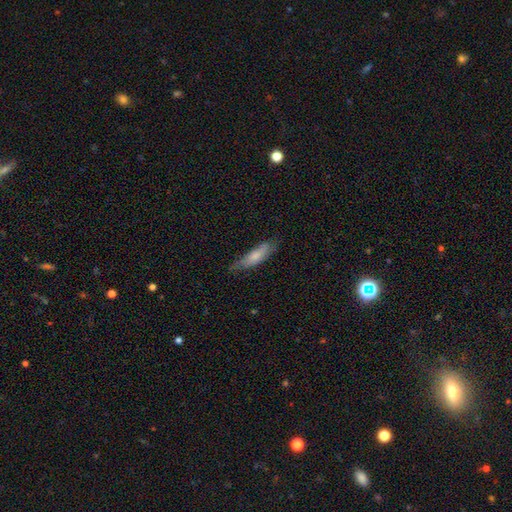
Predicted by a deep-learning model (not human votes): A smooth galaxy with no disk features (69%) that is cigar-shaped (59%).

Vote fractions:
- Smooth or featured? smooth: 69% / featured or disk: 25% / star or artifact: 6%
- How rounded? cigar-shaped: 59% / in between: 40% / round: 2%
- Merging? none: 60% / minor disturbance: 30% / major disturbance: 8% / merger: 2%